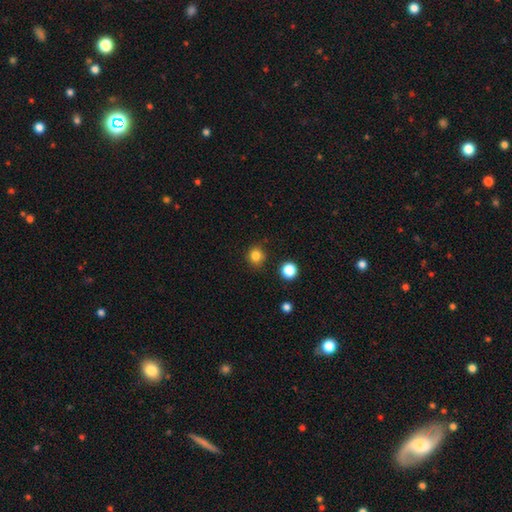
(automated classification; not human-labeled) Overall: smooth (83%). How rounded: round (90%). Merging: none (86%).